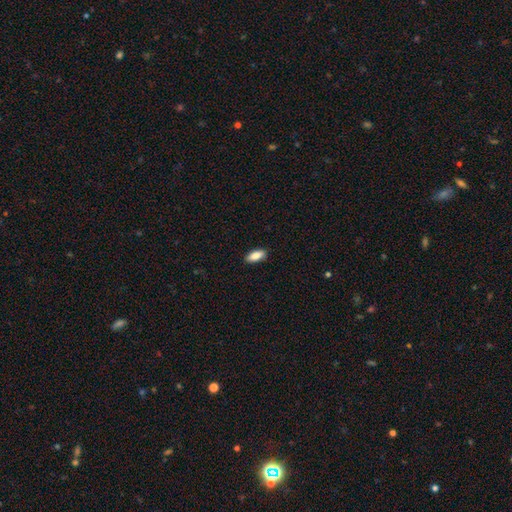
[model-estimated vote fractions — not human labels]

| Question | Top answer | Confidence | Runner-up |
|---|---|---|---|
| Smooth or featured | smooth | 85% | featured or disk (8%) |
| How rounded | in between | 83% | cigar-shaped (15%) |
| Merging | none | 89% | minor disturbance (8%) |